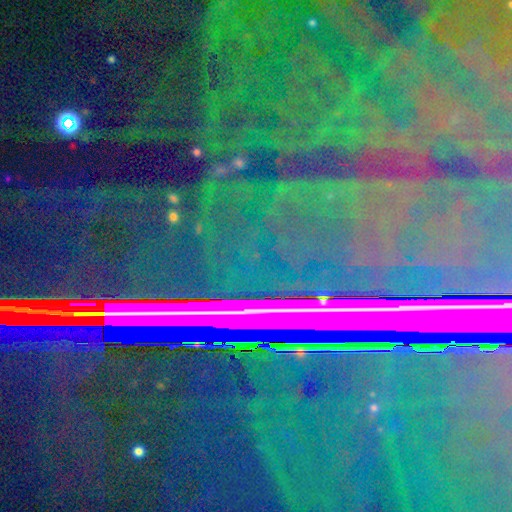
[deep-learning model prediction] This is clearly a star or artifact rather than a galaxy (85%).